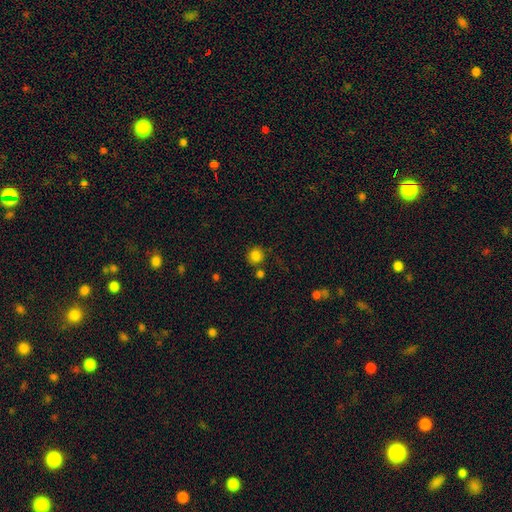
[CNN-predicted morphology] type=smooth (83%); roundness=round (89%); merging=none (76%).